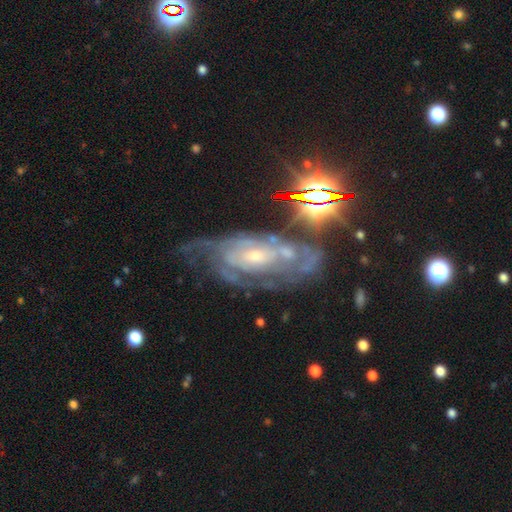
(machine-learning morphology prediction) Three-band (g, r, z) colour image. It shows a featured or disk galaxy (78%) with no bar (59%), tight (61%) spiral arms (91%) and a small central bulge (68%). Merging: none (55%).